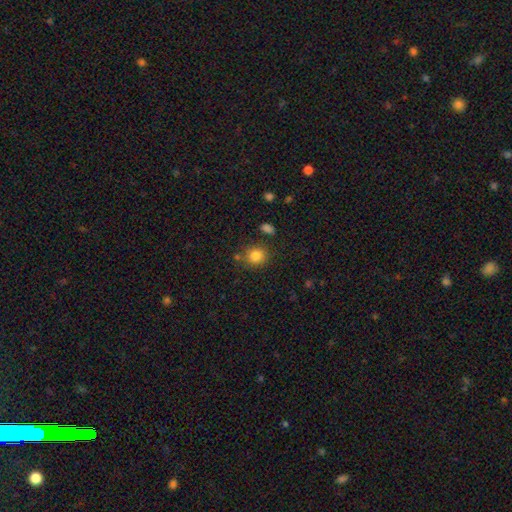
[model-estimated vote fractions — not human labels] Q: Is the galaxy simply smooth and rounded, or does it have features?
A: smooth — 84%.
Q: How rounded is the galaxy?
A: round — 84%.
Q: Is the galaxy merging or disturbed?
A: none — 79%.